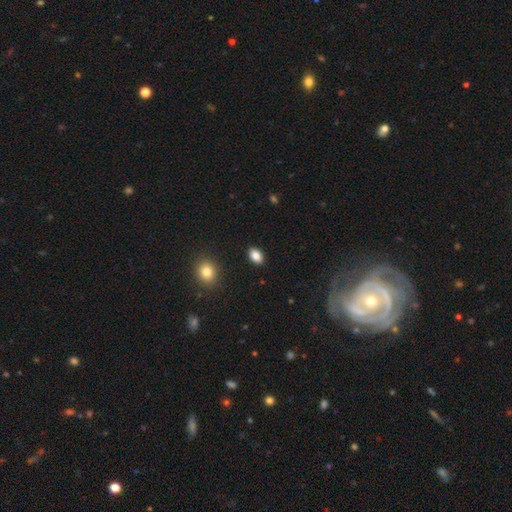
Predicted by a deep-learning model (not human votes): This is clearly a smooth galaxy (86%). How rounded: clearly in between (85%). Merging: clearly none (90%).